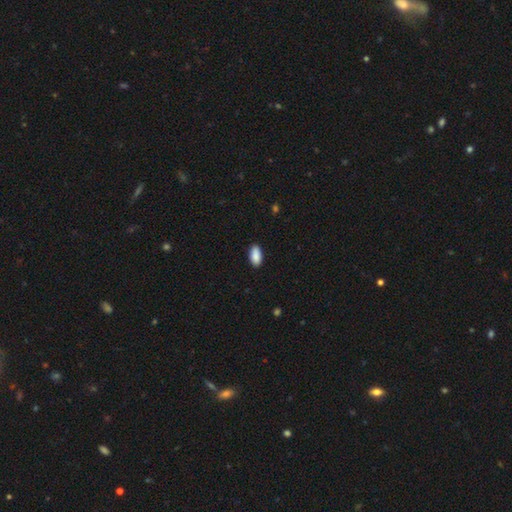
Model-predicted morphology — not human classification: Smooth or featured: smooth — 90% (star or artifact — 6%)
How rounded: in between — 93% (cigar-shaped — 4%)
Merging: none — 89% (minor disturbance — 8%)